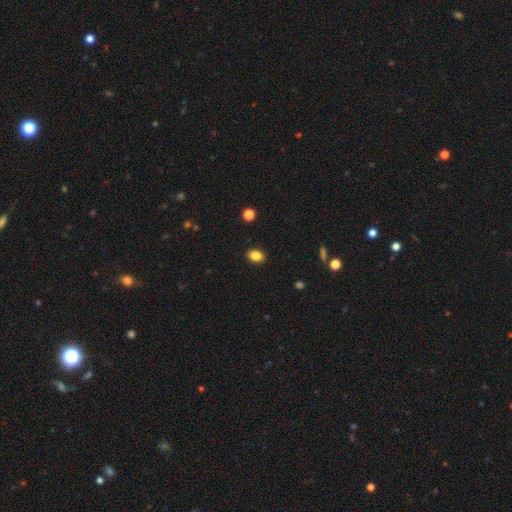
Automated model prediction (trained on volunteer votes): The model was most divided on "how rounded": in between: 73%, round: 26%, cigar-shaped: 1%. More confident: merging — none (89%); smooth or featured — smooth (86%).